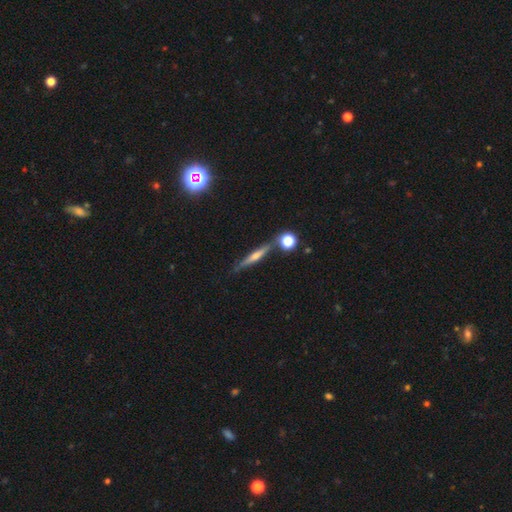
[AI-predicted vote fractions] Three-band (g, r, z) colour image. It shows a featured or disk galaxy (65%) viewed edge-on (96%) with a rounded central bulge (78%). Merging: none (80%).